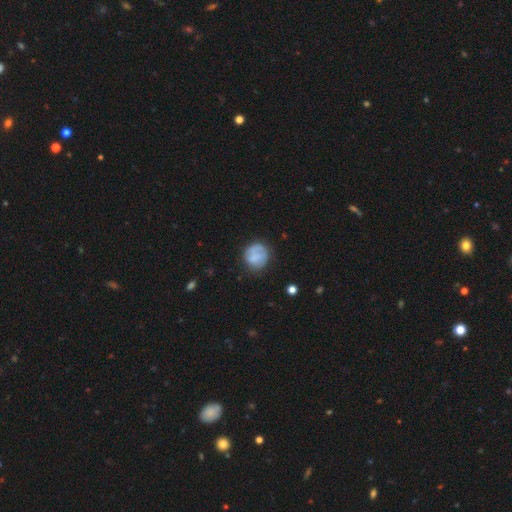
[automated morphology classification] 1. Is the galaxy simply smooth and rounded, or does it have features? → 65% smooth, 26% featured or disk, 8% star or artifact.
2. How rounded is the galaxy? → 86% round, 13% in between, 1% cigar-shaped.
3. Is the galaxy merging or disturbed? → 64% none, 23% minor disturbance, 11% major disturbance, 3% merger.